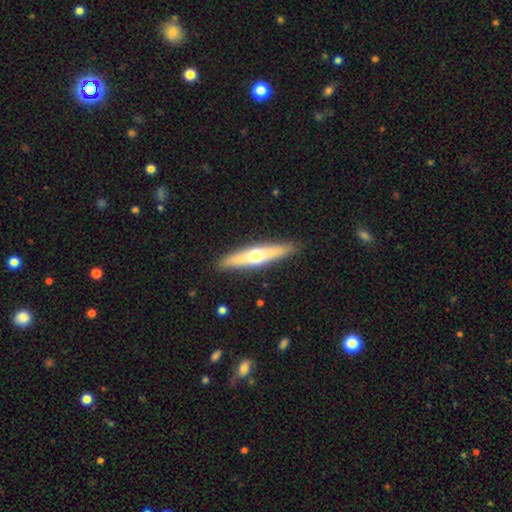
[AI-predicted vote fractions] smooth-or-featured: featured or disk: 51% | smooth: 44% | star or artifact: 5%
  disk-edge-on: yes: 92% | no: 8%
  merging: none: 90% | minor disturbance: 7% | major disturbance: 2% | merger: 1%